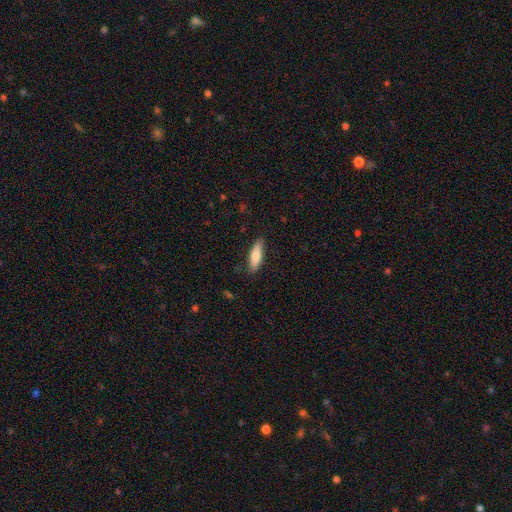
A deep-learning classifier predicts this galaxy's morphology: A smooth galaxy with no disk features (75%) that is cigar-shaped (55%).

Vote fractions:
- Smooth or featured? smooth: 75% / featured or disk: 20% / star or artifact: 6%
- How rounded? cigar-shaped: 55% / in between: 43% / round: 2%
- Merging? none: 85% / minor disturbance: 11% / major disturbance: 2% / merger: 1%